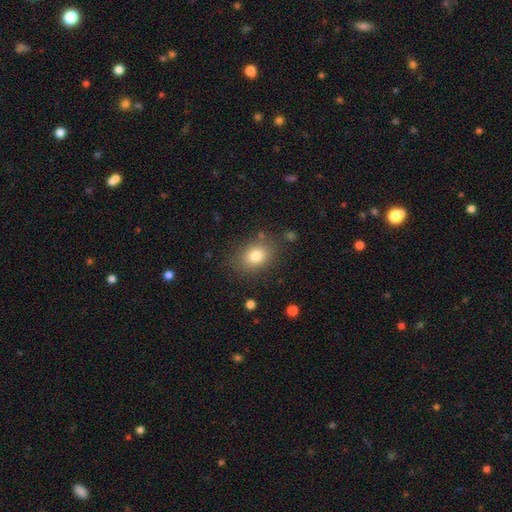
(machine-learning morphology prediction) Smooth or featured? Predicted: smooth (p=0.80). How rounded? Predicted: in between (p=0.63). Merging? Predicted: none (p=0.80).